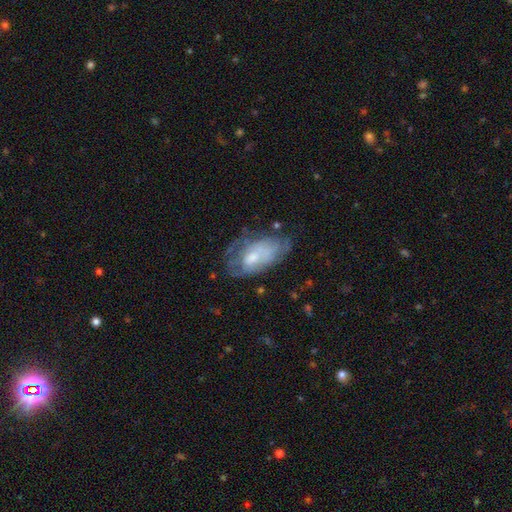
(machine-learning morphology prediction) This is possibly a featured or disk galaxy (52%). It is clearly not viewed edge-on (93%). Merging: marginally none (44%).